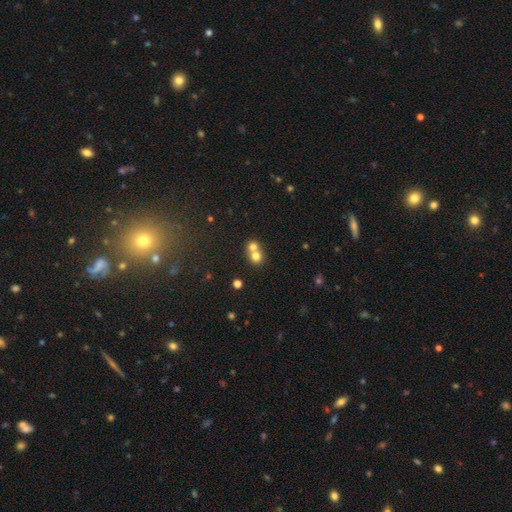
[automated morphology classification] smooth 72%, featured or disk 15%, star or artifact 13%. Down the decision tree: how rounded — round (80%); merging — merger (61%).